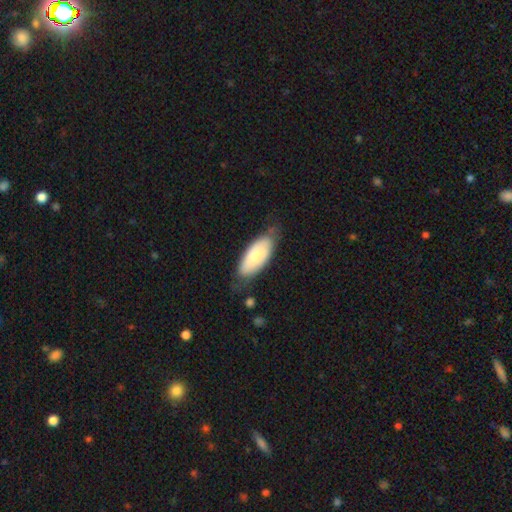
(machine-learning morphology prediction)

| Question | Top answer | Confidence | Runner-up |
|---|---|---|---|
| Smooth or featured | smooth | 70% | featured or disk (24%) |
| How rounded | in between | 85% | cigar-shaped (13%) |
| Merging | none | 63% | minor disturbance (28%) |